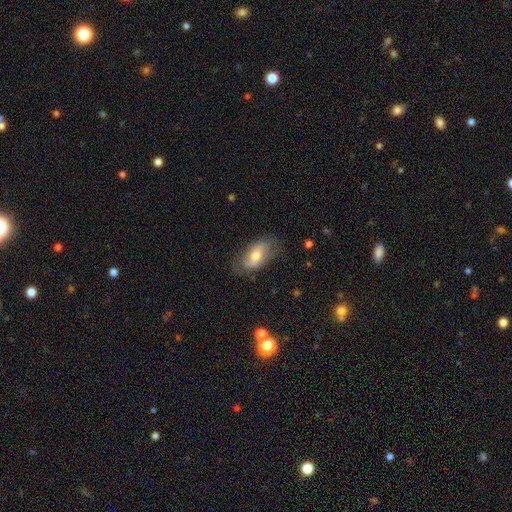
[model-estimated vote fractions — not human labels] This appears to be a smooth galaxy with no disk features (49%). Merging: none (69%).